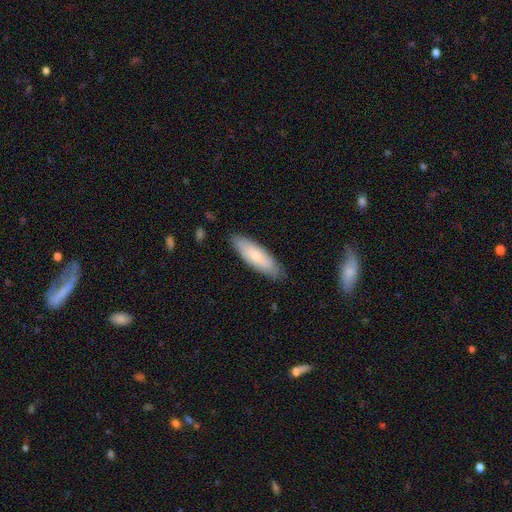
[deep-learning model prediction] smooth_or_featured: smooth (p=0.74) [alt: featured or disk p=0.20]
how_rounded: cigar-shaped (p=0.50) [alt: in between p=0.49]
merging: none (p=0.84) [alt: minor disturbance p=0.13]